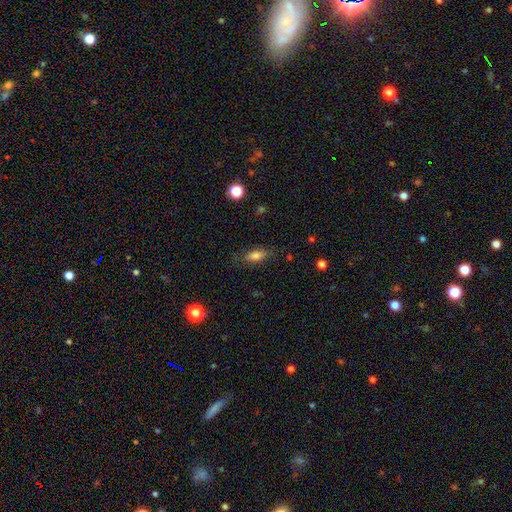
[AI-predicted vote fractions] Smooth or featured? smooth (79%)
How rounded? in between (78%)
Merging? none (77%)